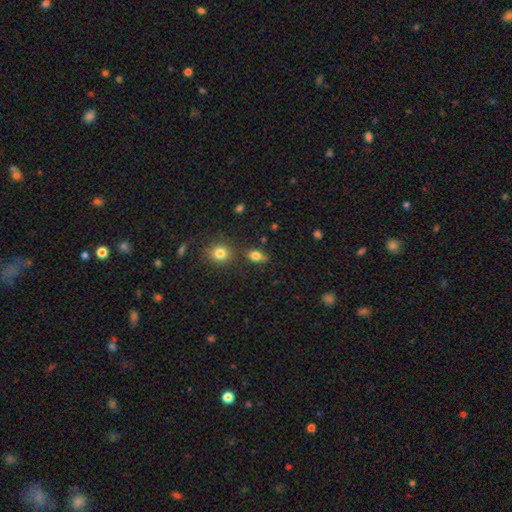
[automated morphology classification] This is likely a smooth galaxy (79%). How rounded: likely in between (77%). Merging: likely none (70%).